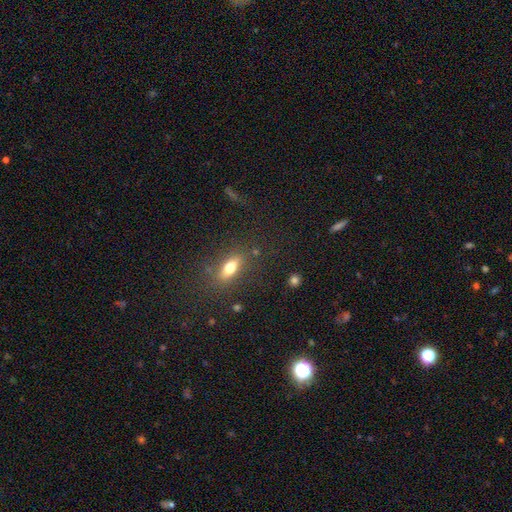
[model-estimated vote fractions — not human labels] This appears to be a smooth galaxy with no disk features (56%) that is in between round and cigar-shaped (56%). Merging: none (79%).